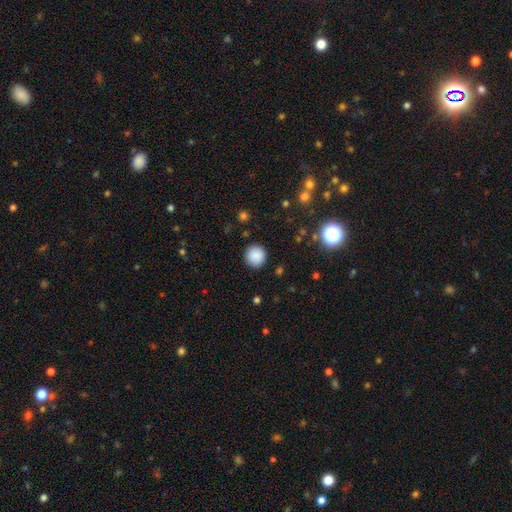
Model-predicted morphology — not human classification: Smooth or featured? Predicted: smooth (p=0.87). How rounded? Predicted: round (p=0.94). Merging? Predicted: none (p=0.89).